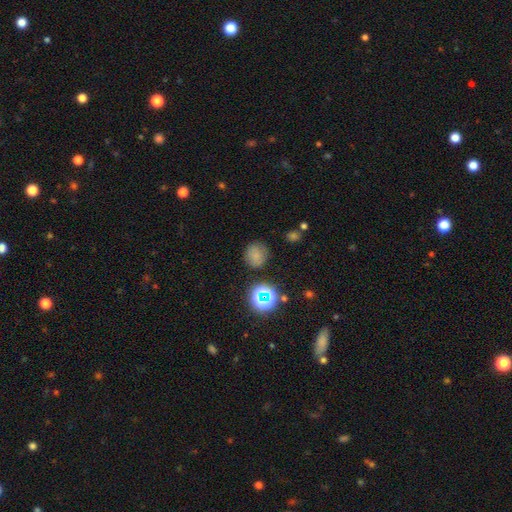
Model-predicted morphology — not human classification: This appears to be a smooth galaxy with no disk features (73%) that is round (85%). Merging: none (80%).